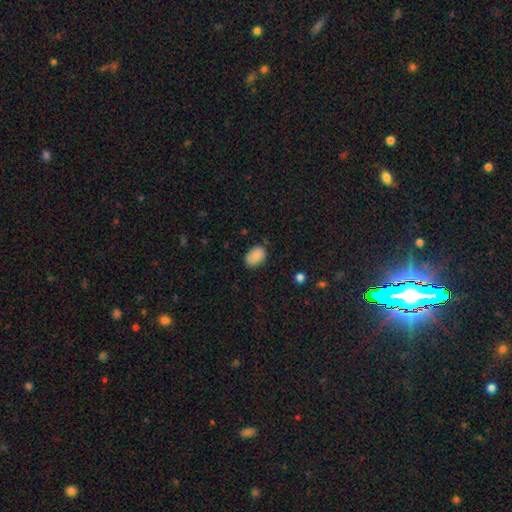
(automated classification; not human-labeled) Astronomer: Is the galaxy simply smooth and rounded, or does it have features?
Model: smooth — 87%.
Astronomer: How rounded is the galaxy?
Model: in between — 82%.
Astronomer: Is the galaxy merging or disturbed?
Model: none — 79%.